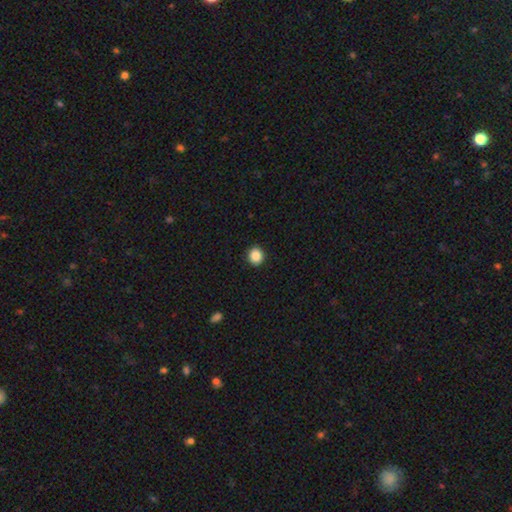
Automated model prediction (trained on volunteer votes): This is clearly a smooth galaxy (88%). How rounded: clearly round (84%). Merging: clearly none (92%).